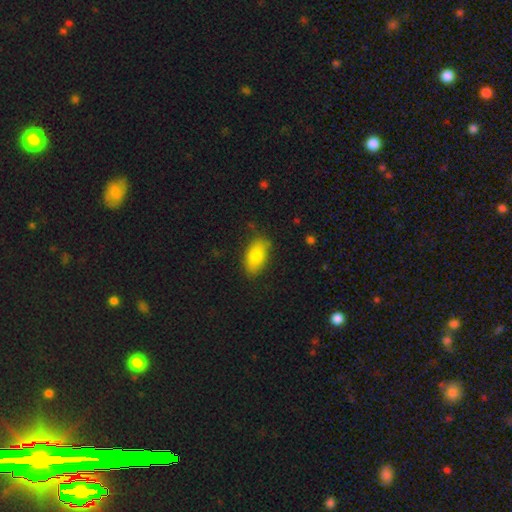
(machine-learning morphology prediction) smooth-or-featured: smooth: 81% | featured or disk: 12% | star or artifact: 7%
  how-rounded: in between: 91% | round: 5% | cigar-shaped: 4%
  merging: none: 77% | minor disturbance: 17% | major disturbance: 4% | merger: 2%